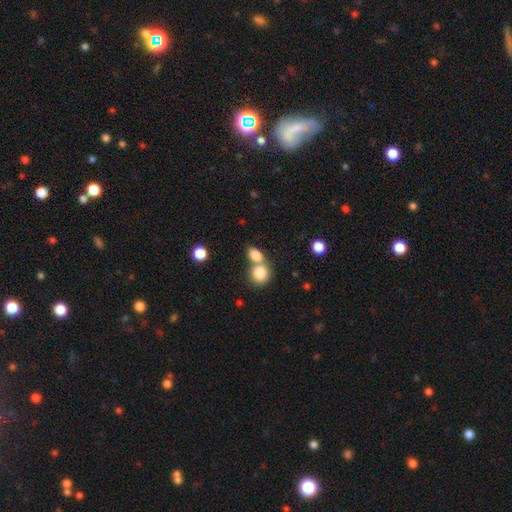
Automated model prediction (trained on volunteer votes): Morphology: type=smooth (82%); roundness=in between (63%); merging=merger (52%).